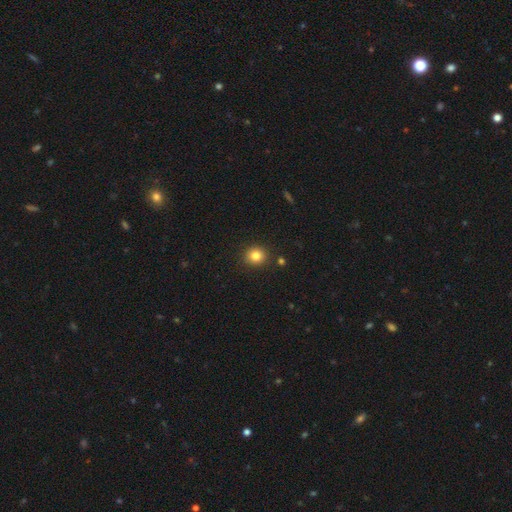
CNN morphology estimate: smooth_or_featured: smooth (p=0.83) [alt: star or artifact p=0.11]
how_rounded: round (p=0.84) [alt: in between p=0.15]
merging: none (p=0.89) [alt: minor disturbance p=0.07]